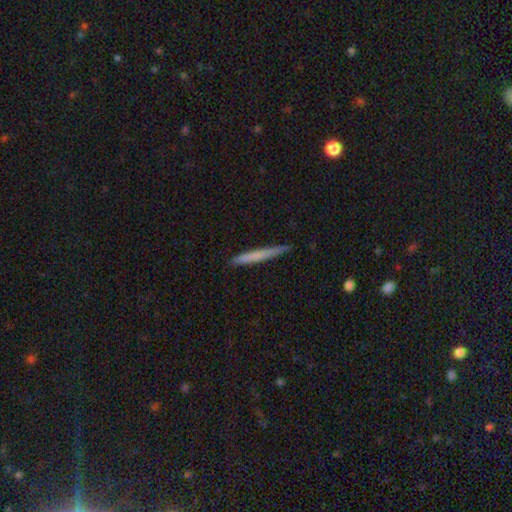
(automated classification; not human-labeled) A smooth galaxy with no disk features (65%) that is cigar-shaped (97%). Merging: none (86%).